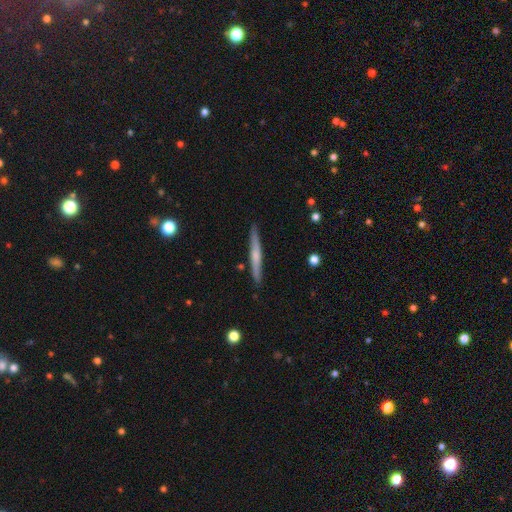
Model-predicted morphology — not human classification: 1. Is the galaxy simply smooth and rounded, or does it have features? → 49% featured or disk, 45% smooth, 6% star or artifact.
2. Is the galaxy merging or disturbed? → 89% none, 8% minor disturbance, 2% merger, 1% major disturbance.